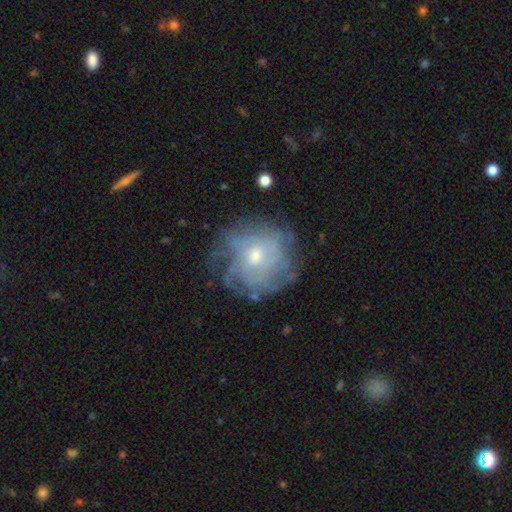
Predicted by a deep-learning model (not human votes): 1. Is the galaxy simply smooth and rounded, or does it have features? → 75% featured or disk, 16% smooth, 9% star or artifact.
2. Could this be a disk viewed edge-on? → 97% no, 3% yes.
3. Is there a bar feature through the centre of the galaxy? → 73% no, 24% weak, 3% strong.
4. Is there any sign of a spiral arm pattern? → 86% yes, 14% no.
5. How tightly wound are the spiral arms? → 58% tight, 29% medium, 13% loose.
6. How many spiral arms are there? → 48% can't tell, 16% 4, 13% more than 4, 10% 3, 8% 2, 6% 1.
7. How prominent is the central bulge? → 56% small, 39% moderate, 2% large, 1% none, 1% dominant.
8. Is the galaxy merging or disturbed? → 69% none, 18% minor disturbance, 12% major disturbance, 2% merger.